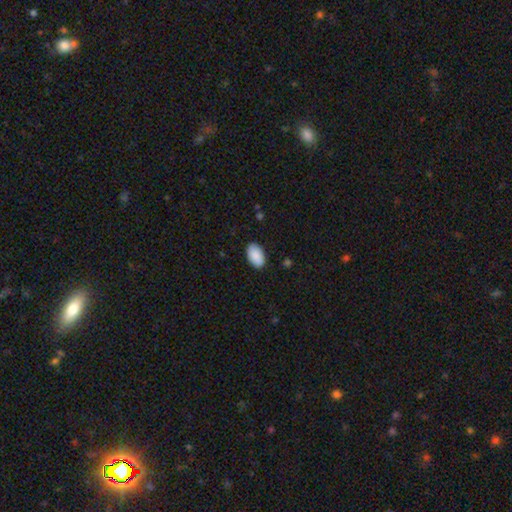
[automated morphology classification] This appears to be a smooth galaxy with no disk features (91%) that is in between round and cigar-shaped (93%). Merging: none (87%).